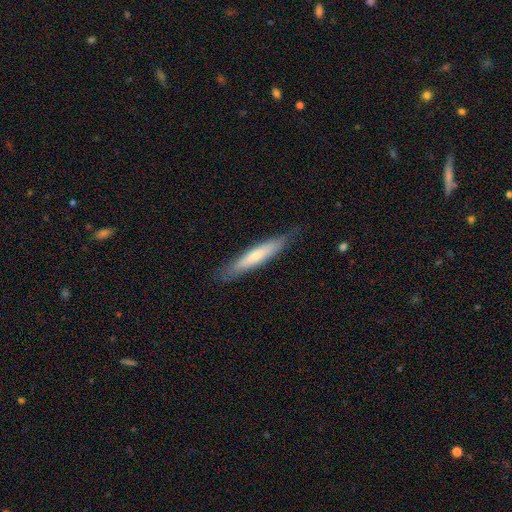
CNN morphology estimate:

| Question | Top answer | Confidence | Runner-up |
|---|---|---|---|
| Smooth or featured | smooth | 62% | featured or disk (33%) |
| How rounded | cigar-shaped | 89% | in between (10%) |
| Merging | none | 83% | minor disturbance (13%) |